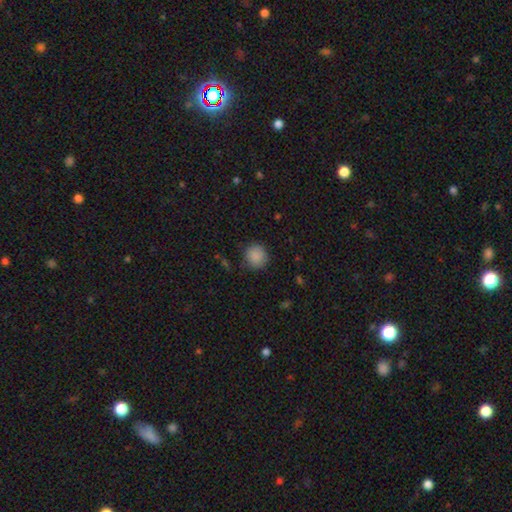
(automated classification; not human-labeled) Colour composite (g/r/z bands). It shows a smooth galaxy with no disk features (87%) that is round (89%). Merging: none (81%).